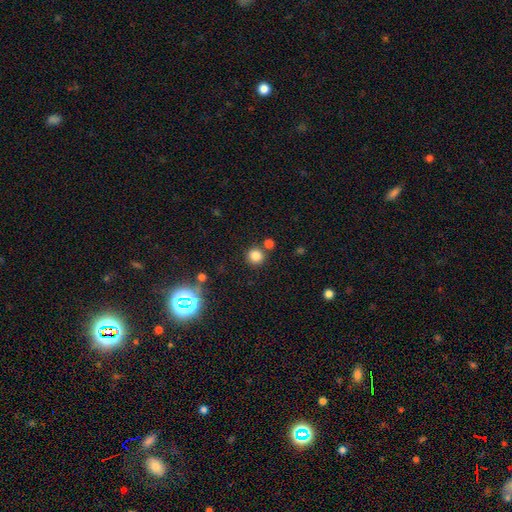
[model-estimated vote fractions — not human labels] Overall: smooth (82%). How rounded: round (92%). Merging: none (81%).